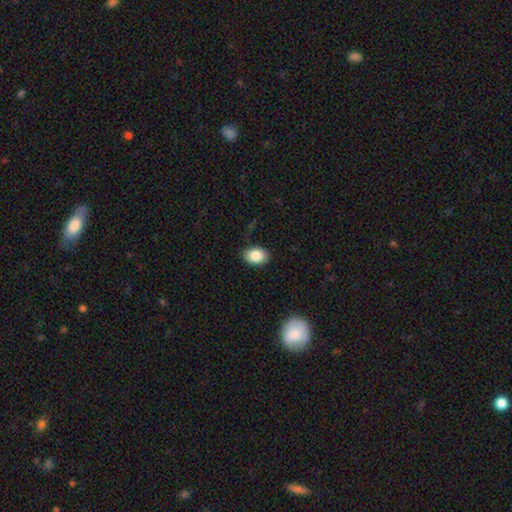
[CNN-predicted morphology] Smooth or featured? Predicted: smooth (p=0.85). How rounded? Predicted: in between (p=0.83). Merging? Predicted: none (p=0.84).